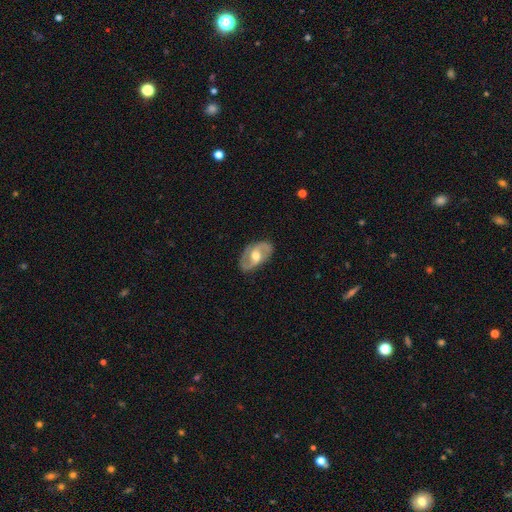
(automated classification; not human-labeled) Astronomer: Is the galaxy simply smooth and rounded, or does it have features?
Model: featured or disk — 77%.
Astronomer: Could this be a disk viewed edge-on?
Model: no — 95%.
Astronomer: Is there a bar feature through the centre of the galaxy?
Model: weak — 44% (runner-up: no, 41%).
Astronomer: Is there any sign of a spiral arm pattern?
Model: yes — 86%.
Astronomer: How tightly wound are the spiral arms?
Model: medium — 50% (runner-up: loose, 29%).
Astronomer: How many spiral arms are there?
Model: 2 — 89%.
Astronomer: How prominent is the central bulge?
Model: moderate — 73%.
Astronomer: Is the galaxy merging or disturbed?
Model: none — 83%.